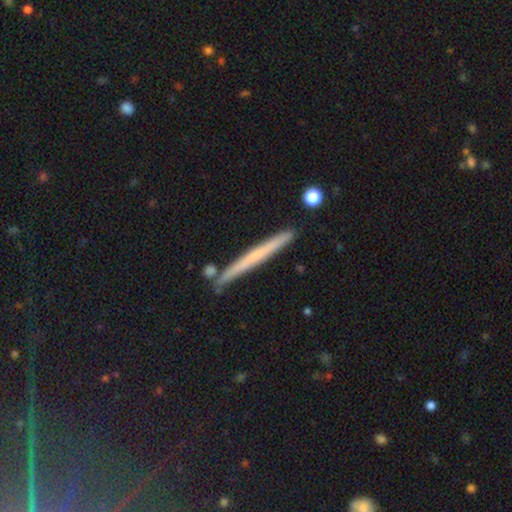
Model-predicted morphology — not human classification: Smooth or featured: featured or disk — 47% (smooth — 46%)
Merging: none — 85% (minor disturbance — 9%)